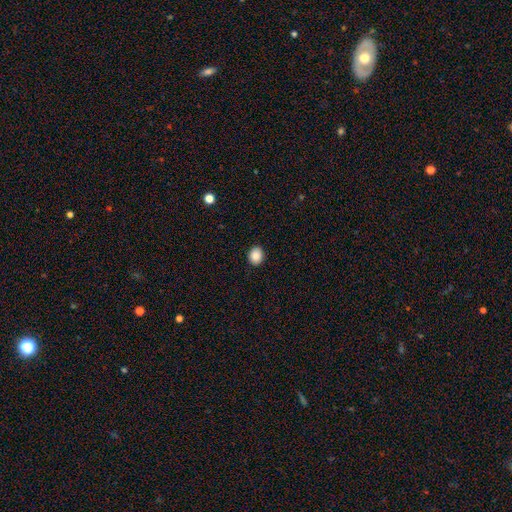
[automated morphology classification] Smooth or featured: smooth — 88% (star or artifact — 9%)
How rounded: round — 60% (in between — 39%)
Merging: none — 91% (minor disturbance — 6%)